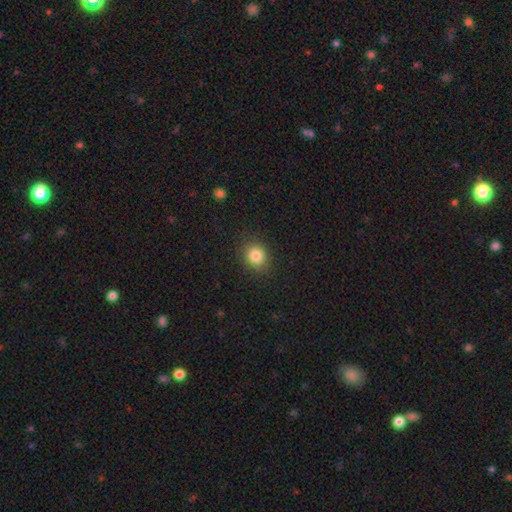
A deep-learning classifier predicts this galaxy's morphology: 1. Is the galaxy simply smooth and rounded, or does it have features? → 83% smooth, 11% star or artifact, 6% featured or disk.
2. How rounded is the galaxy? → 73% round, 26% in between, 1% cigar-shaped.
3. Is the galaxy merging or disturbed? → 87% none, 9% minor disturbance, 3% major disturbance, 1% merger.